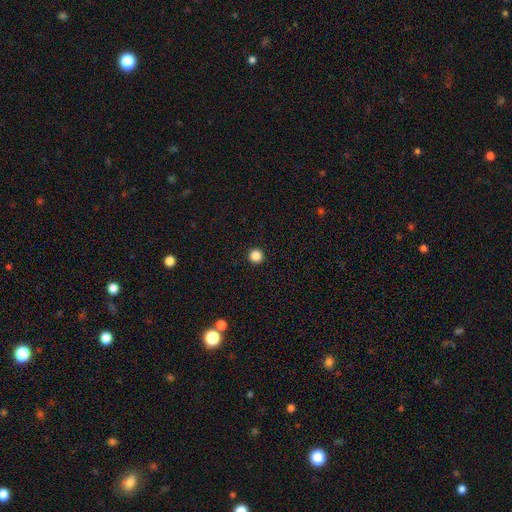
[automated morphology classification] smooth_or_featured: smooth (p=0.86) [alt: star or artifact p=0.11]
how_rounded: round (p=0.97) [alt: in between p=0.02]
merging: none (p=0.94) [alt: minor disturbance p=0.03]